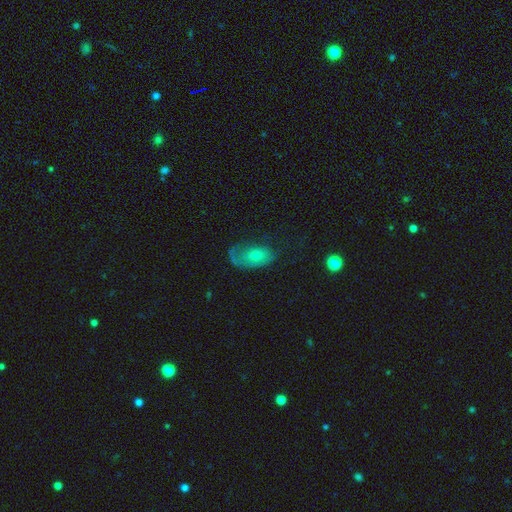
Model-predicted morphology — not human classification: smooth-or-featured: smooth: 46% | featured or disk: 45% | star or artifact: 9%
  merging: none: 39% | major disturbance: 32% | minor disturbance: 27% | merger: 2%